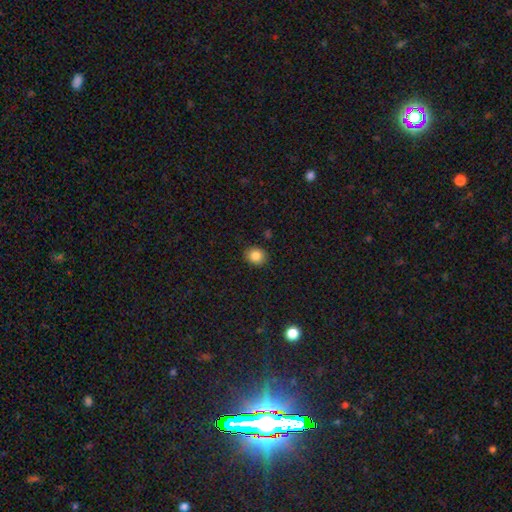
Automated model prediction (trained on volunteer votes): A smooth galaxy with no disk features (84%) that is round (73%).

Vote fractions:
- Smooth or featured? smooth: 84% / star or artifact: 10% / featured or disk: 6%
- How rounded? round: 73% / in between: 26% / cigar-shaped: 1%
- Merging? none: 89% / minor disturbance: 8% / major disturbance: 2% / merger: 1%